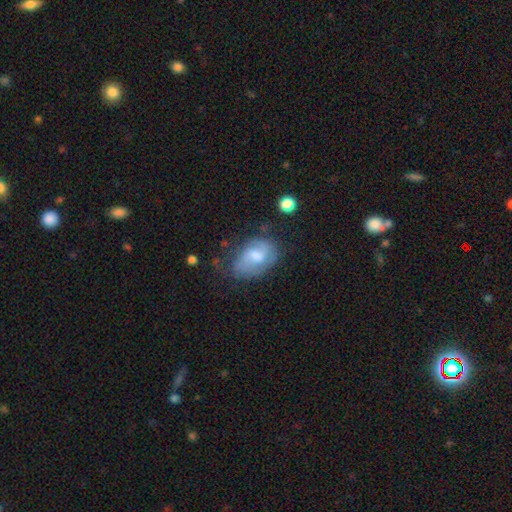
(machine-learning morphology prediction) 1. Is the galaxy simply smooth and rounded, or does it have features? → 55% smooth, 37% featured or disk, 8% star or artifact.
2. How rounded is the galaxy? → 85% in between, 14% round, 1% cigar-shaped.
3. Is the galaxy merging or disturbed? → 46% none, 33% minor disturbance, 17% major disturbance, 3% merger.